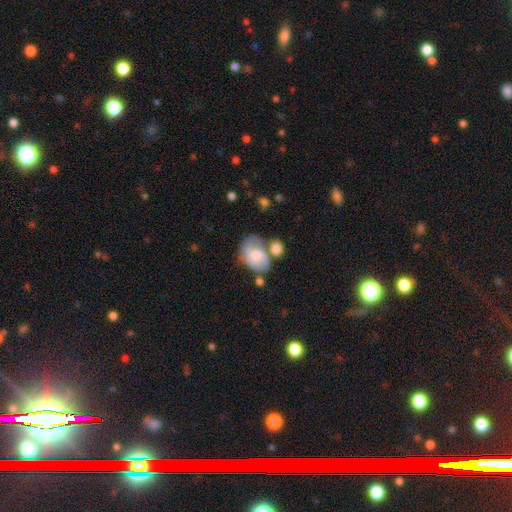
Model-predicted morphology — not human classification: smooth-or-featured: smooth: 47% | featured or disk: 45% | star or artifact: 7%
  merging: none: 36% | merger: 29% | minor disturbance: 22% | major disturbance: 13%